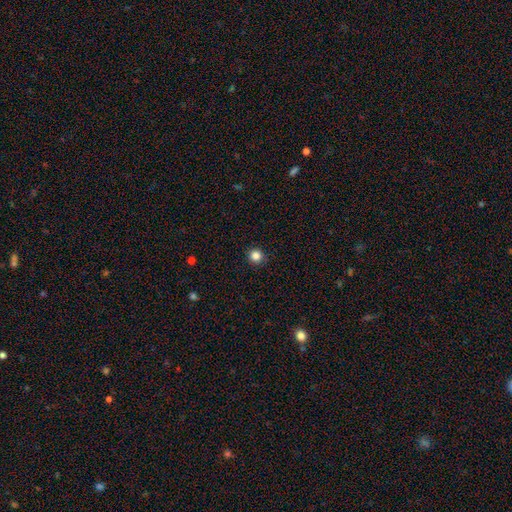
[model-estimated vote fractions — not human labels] The model was most divided on "smooth or featured": smooth: 85%, star or artifact: 12%, featured or disk: 3%. More confident: how rounded — round (95%); merging — none (92%).